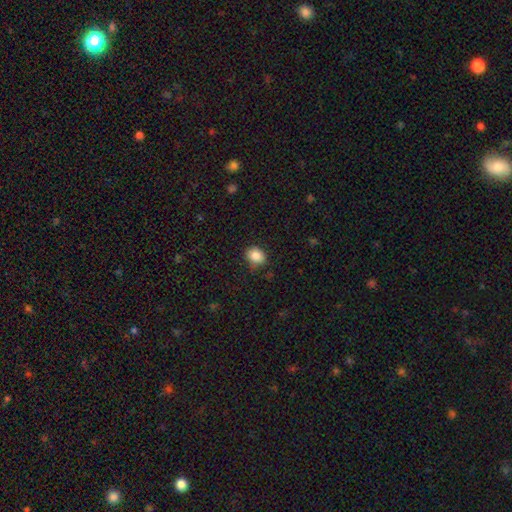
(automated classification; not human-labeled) smooth-or-featured: smooth: 86% | star or artifact: 9% | featured or disk: 5%
  how-rounded: in between: 50% | round: 49% | cigar-shaped: 1%
  merging: none: 78% | minor disturbance: 17% | major disturbance: 4% | merger: 1%